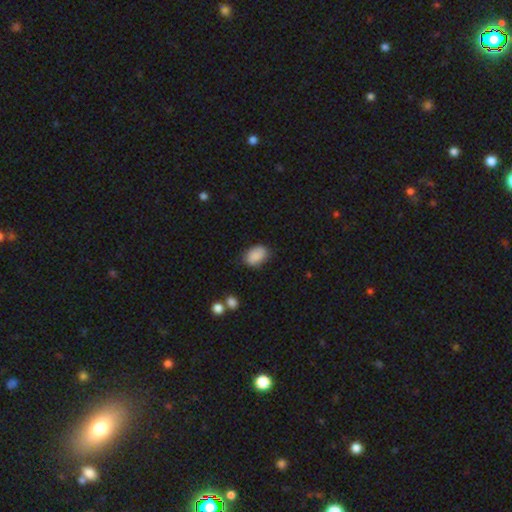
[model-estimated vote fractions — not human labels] Smooth or featured? Predicted: smooth (p=0.88). How rounded? Predicted: in between (p=0.86). Merging? Predicted: none (p=0.74).